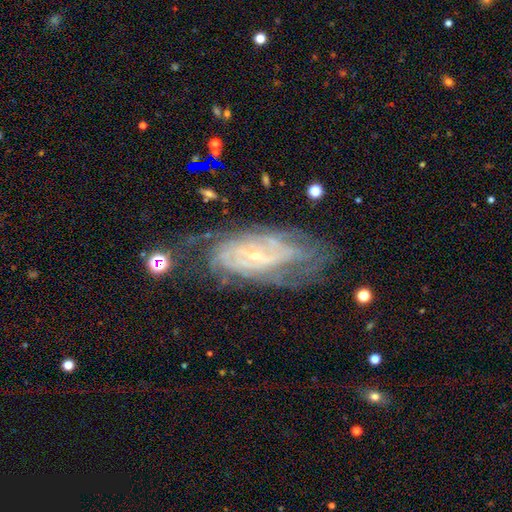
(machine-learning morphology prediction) Overall: featured or disk (83%). Edge-on disk: no (92%). Bar: no (60%; weak 29%). Spiral arms: yes (92%). Spiral arm count: can't tell (46%; 2 16%). Spiral winding: tight (70%). Bulge size: small (83%). Merging: none (63%).